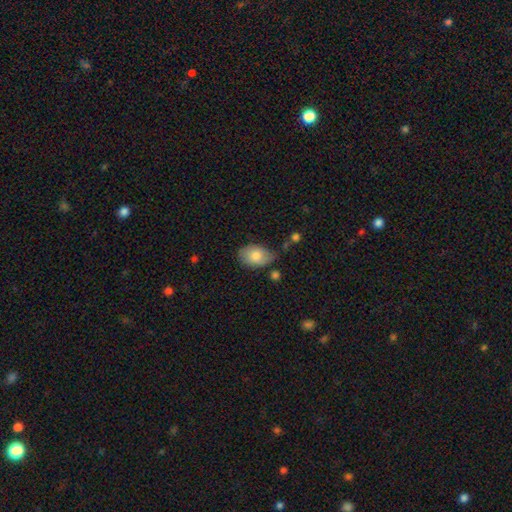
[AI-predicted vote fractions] A smooth galaxy with no disk features (79%) that is in between round and cigar-shaped (86%).

Vote fractions:
- Smooth or featured? smooth: 79% / featured or disk: 14% / star or artifact: 7%
- How rounded? in between: 86% / round: 13% / cigar-shaped: 1%
- Merging? none: 65% / minor disturbance: 26% / major disturbance: 5% / merger: 4%